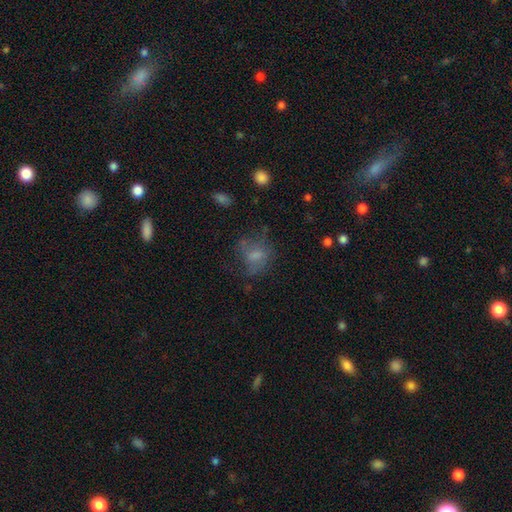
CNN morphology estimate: Q: Smooth or featured?
A: smooth (57%); runner-up: featured or disk (28%)
Q: How rounded?
A: round (52%); runner-up: in between (46%)
Q: Merging?
A: none (46%); runner-up: major disturbance (28%)